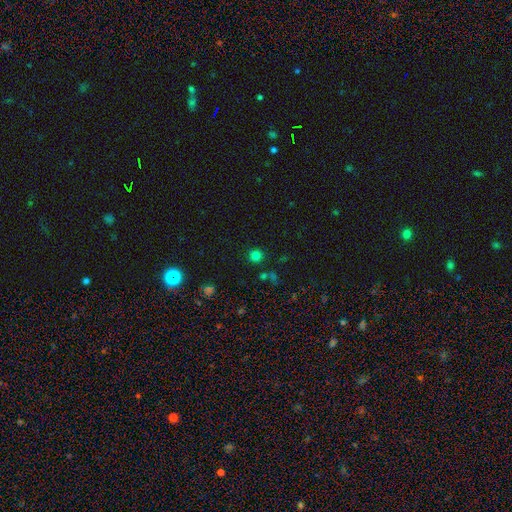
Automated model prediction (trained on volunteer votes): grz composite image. It shows a smooth galaxy with no disk features (77%) that is round (93%). Merging: none (86%).